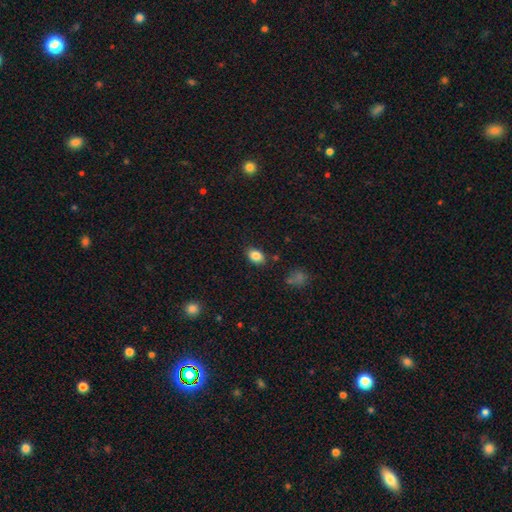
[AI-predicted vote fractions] Smooth or featured: smooth — 86% (star or artifact — 9%)
How rounded: in between — 82% (round — 17%)
Merging: none — 83% (minor disturbance — 12%)